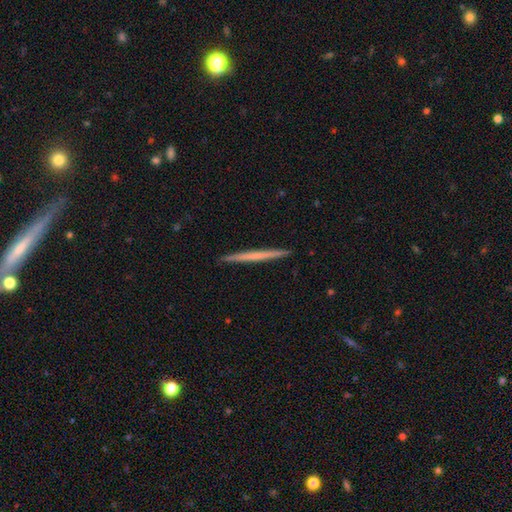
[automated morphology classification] This appears to be a smooth galaxy with no disk features (48%). Merging: none (93%).